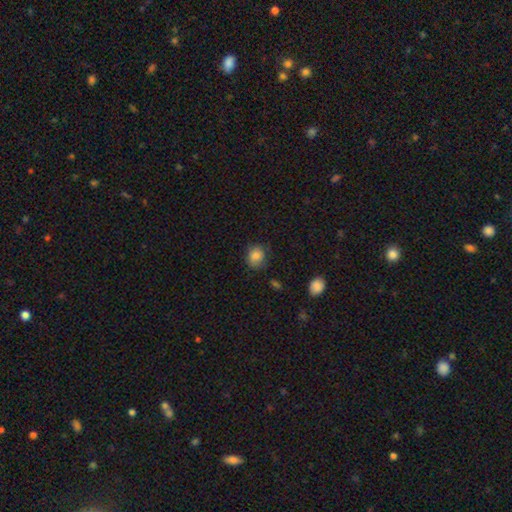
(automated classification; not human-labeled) Smooth or featured: smooth — 83% (star or artifact — 10%)
How rounded: round — 67% (in between — 32%)
Merging: none — 70% (minor disturbance — 23%)